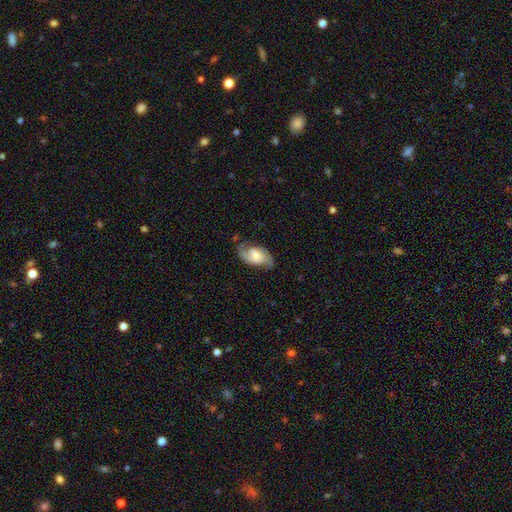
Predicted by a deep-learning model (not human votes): Q: Smooth or featured?
A: featured or disk (74%); runner-up: smooth (20%)
Q: Edge-on disk?
A: no (96%); runner-up: yes (4%)
Q: Bar?
A: no (46%); runner-up: weak (42%)
Q: Spiral arms?
A: yes (94%); runner-up: no (6%)
Q: Spiral winding?
A: medium (48%); runner-up: loose (32%)
Q: Spiral arm count?
A: 2 (87%); runner-up: 1 (5%)
Q: Bulge size?
A: moderate (41%); runner-up: small (28%)
Q: Merging?
A: none (70%); runner-up: minor disturbance (20%)